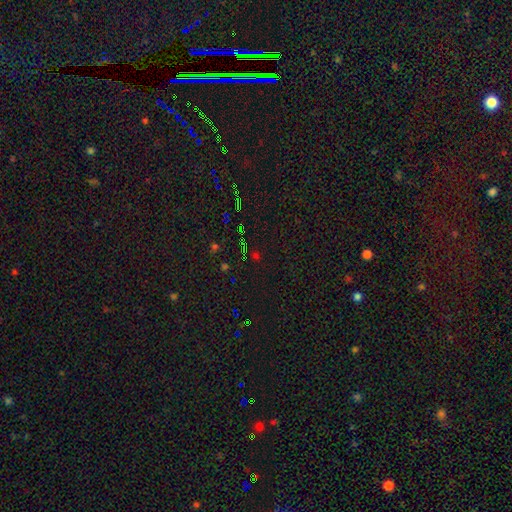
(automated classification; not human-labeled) Q: Smooth or featured?
A: star or artifact (71%); runner-up: smooth (22%)